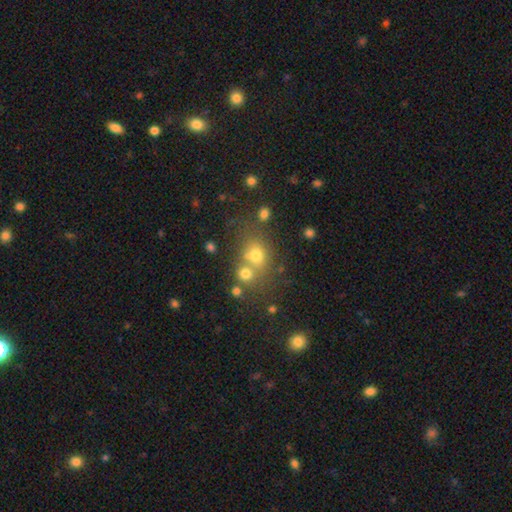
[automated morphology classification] This appears to be a smooth galaxy with no disk features (66%) that is round (65%). Merging: none (49%).